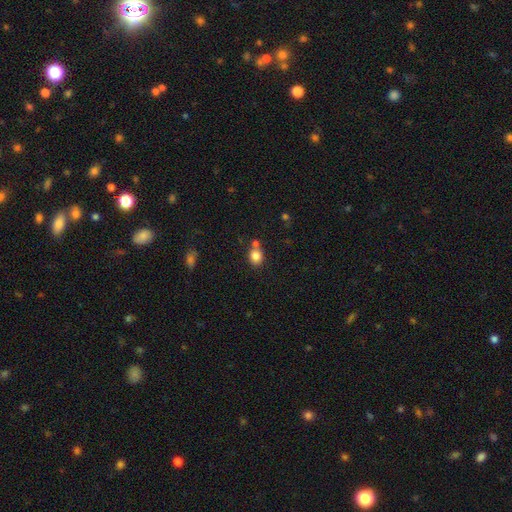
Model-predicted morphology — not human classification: Overall: smooth (82%). How rounded: round (63%; in between 36%). Merging: none (64%).